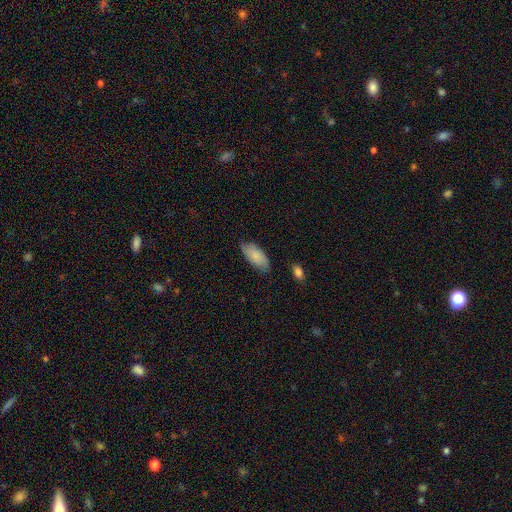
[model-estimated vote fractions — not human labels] smooth-or-featured: smooth: 82% | featured or disk: 12% | star or artifact: 6%
  how-rounded: in between: 89% | cigar-shaped: 10% | round: 2%
  merging: none: 76% | minor disturbance: 19% | major disturbance: 3% | merger: 2%